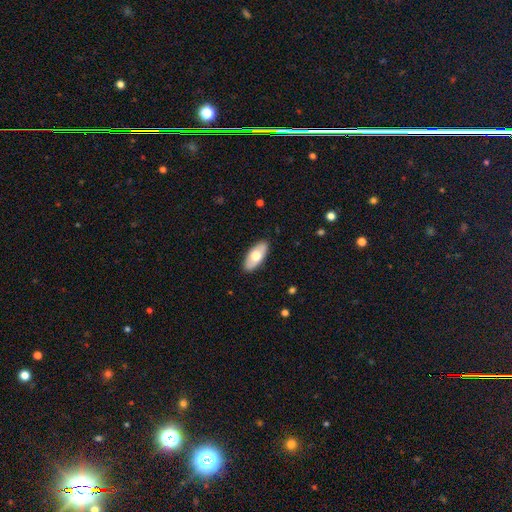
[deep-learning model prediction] Smooth or featured: smooth — 64% (featured or disk — 30%)
How rounded: in between — 88% (cigar-shaped — 10%)
Merging: none — 89% (minor disturbance — 9%)